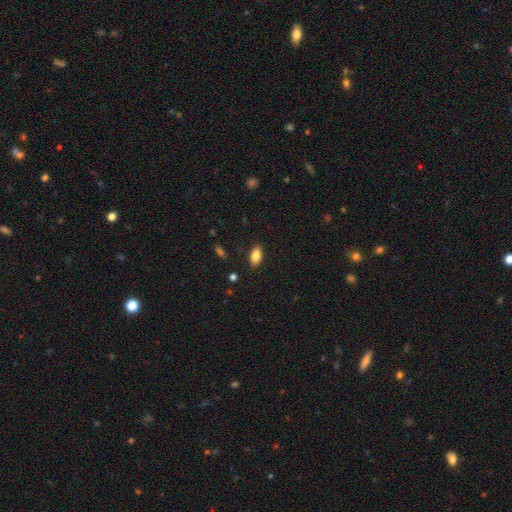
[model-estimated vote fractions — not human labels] Overall: smooth (84%). How rounded: in between (90%). Merging: none (86%).